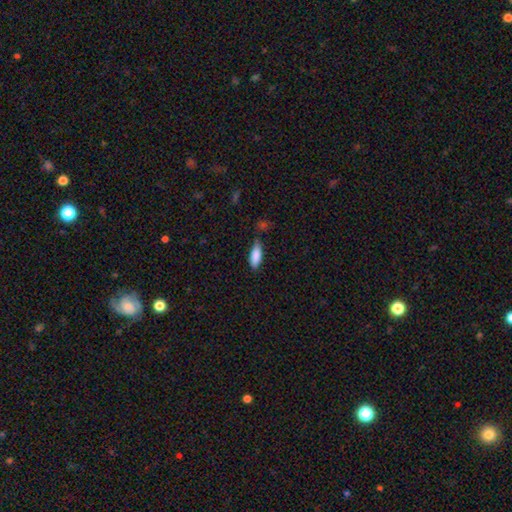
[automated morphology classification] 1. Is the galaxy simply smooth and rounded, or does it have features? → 86% smooth, 7% featured or disk, 7% star or artifact.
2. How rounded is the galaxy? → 71% in between, 28% cigar-shaped, 2% round.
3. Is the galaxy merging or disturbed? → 67% none, 23% minor disturbance, 5% major disturbance, 5% merger.